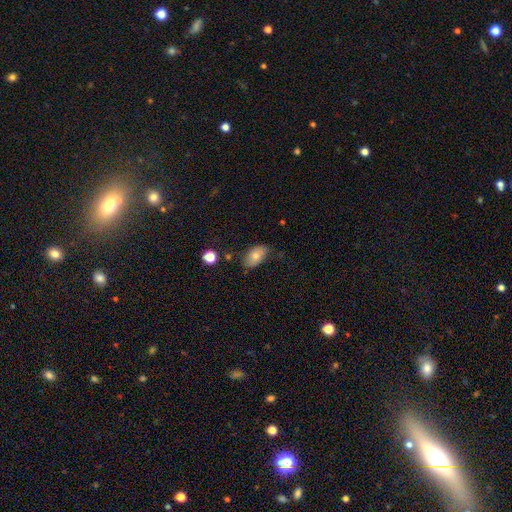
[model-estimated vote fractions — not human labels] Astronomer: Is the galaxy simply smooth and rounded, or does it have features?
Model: smooth — 74%.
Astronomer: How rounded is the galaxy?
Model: in between — 91%.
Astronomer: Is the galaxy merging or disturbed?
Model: none — 72%.